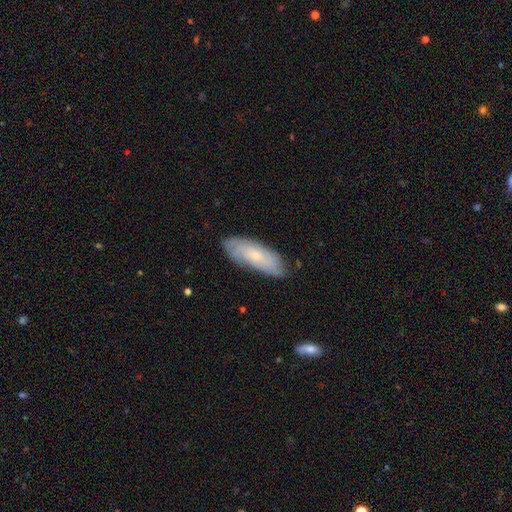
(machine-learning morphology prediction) Smooth or featured?
  - featured or disk: 50% *
  - smooth: 43%
  - star or artifact: 7%
Merging?
  - none: 78% *
  - minor disturbance: 18%
  - major disturbance: 4%
  - merger: 1%